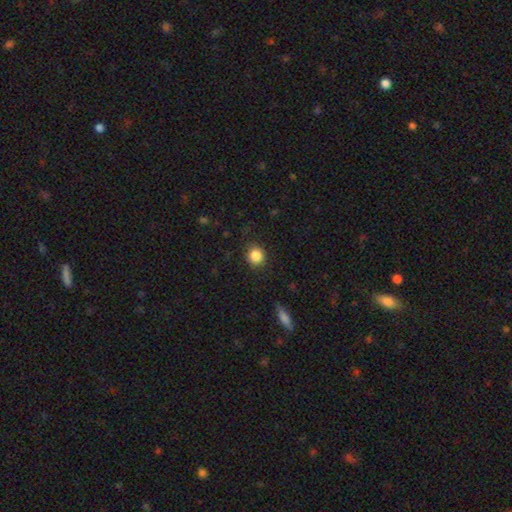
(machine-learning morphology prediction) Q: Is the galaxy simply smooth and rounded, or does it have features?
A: smooth — 86%.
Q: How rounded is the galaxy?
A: round — 80%.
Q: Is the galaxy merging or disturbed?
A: none — 84%.